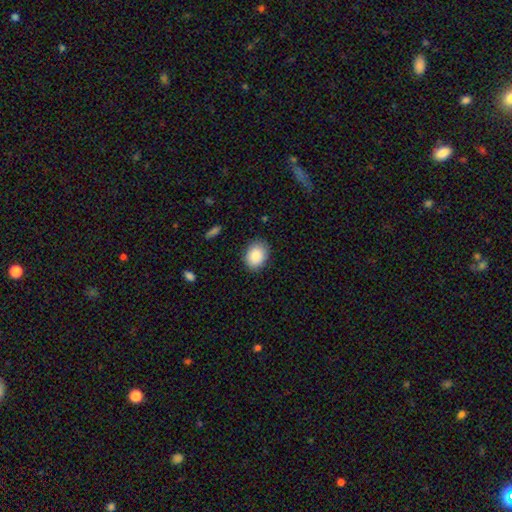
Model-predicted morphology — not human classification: The model was most divided on "how rounded": in between: 60%, round: 39%, cigar-shaped: 1%. More confident: smooth or featured — smooth (88%); merging — none (85%).